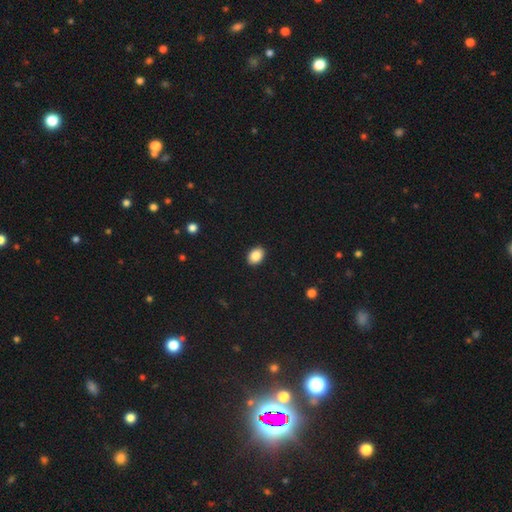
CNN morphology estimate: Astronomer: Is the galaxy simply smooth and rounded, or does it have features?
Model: smooth — 87%.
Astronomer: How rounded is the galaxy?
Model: in between — 73%.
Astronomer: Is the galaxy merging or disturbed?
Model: none — 91%.